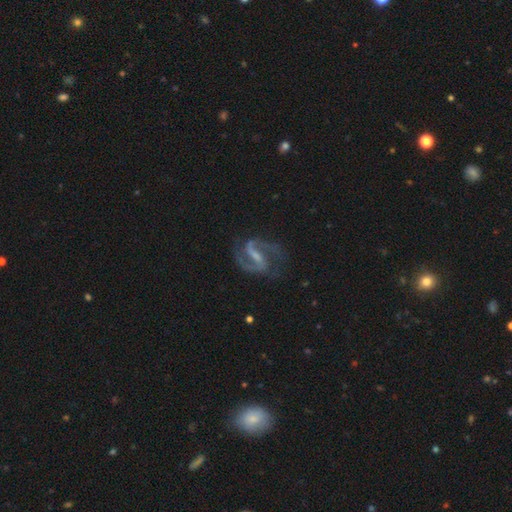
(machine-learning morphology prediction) smooth_or_featured: featured or disk (p=0.91) [alt: star or artifact p=0.05]
disk_edge_on: no (p=0.97) [alt: yes p=0.03]
bar: strong (p=0.53) [alt: weak p=0.38]
has_spiral_arms: yes (p=0.98) [alt: no p=0.02]
spiral_winding: medium (p=0.62) [alt: loose p=0.24]
spiral_arm_count: 2 (p=0.93) [alt: can't tell p=0.02]
bulge_size: small (p=0.45) [alt: none p=0.30]
merging: none (p=0.75) [alt: minor disturbance p=0.15]